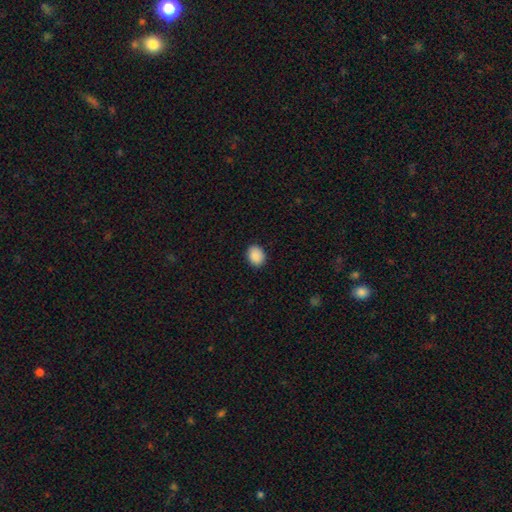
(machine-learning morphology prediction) This is clearly a smooth galaxy (90%). How rounded: possibly in between (56%). Merging: clearly none (89%).